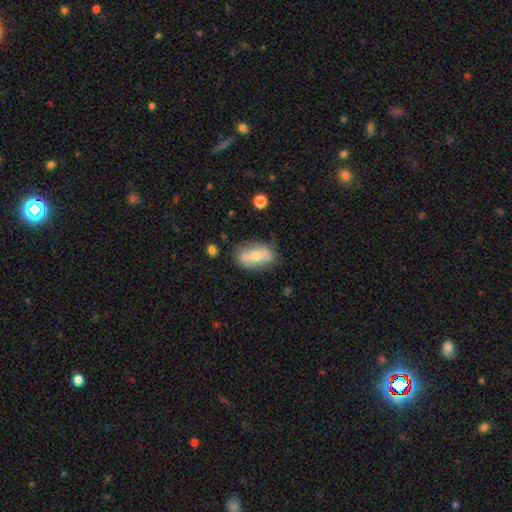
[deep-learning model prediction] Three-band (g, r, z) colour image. It shows a smooth galaxy with no disk features (61%) that is in between round and cigar-shaped (88%). Merging: none (74%).